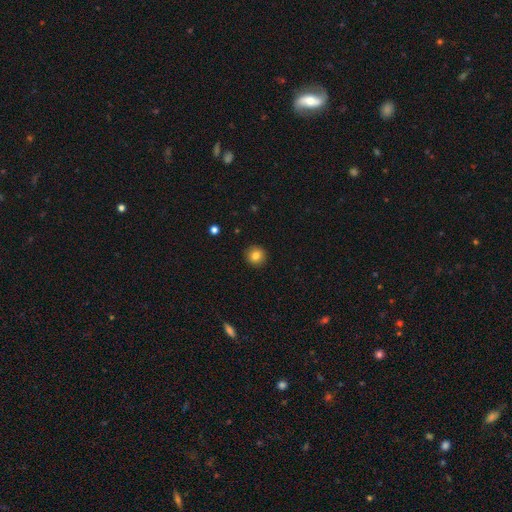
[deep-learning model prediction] Overall: smooth (83%). How rounded: round (94%). Merging: none (92%).